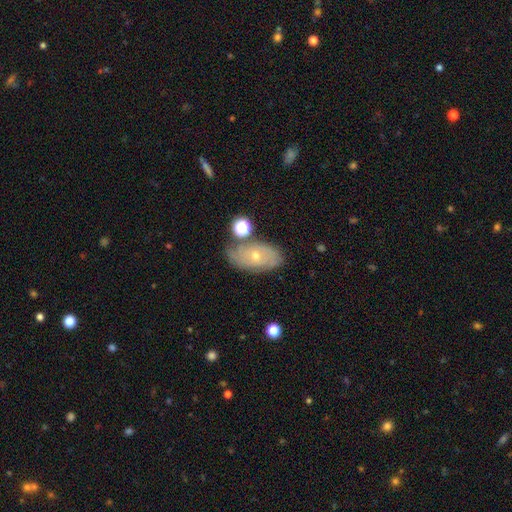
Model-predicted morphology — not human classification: A featured or disk galaxy (59%) with no bar (82%), spiral arms (71%) and a small central bulge (62%).

Vote fractions:
- Smooth or featured? featured or disk: 59% / smooth: 31% / star or artifact: 9%
- Edge-on disk? no: 92% / yes: 8%
- Bar? no: 82% / weak: 15% / strong: 3%
- Spiral arms? yes: 71% / no: 29%
- Bulge size? small: 62% / moderate: 35% / large: 1% / none: 1% / dominant: 1%
- Merging? none: 66% / minor disturbance: 20% / merger: 7% / major disturbance: 7%